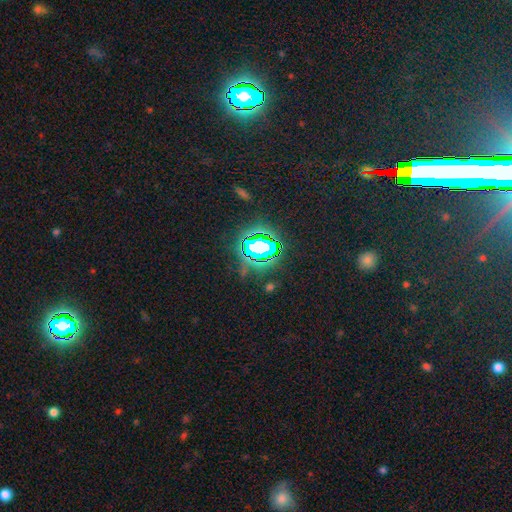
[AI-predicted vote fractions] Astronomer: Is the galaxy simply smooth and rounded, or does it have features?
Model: star or artifact — 76%.